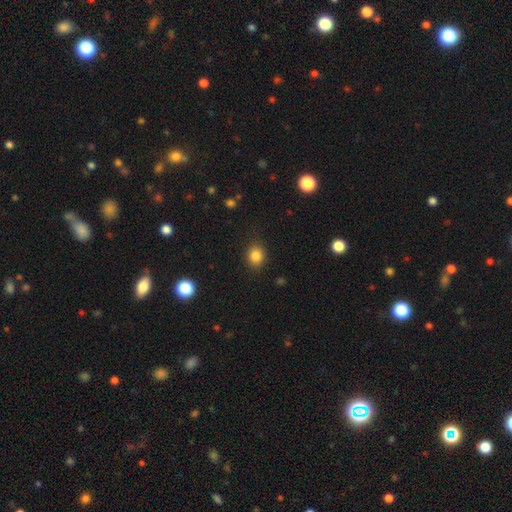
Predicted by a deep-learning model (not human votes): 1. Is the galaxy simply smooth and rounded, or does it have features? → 85% smooth, 11% star or artifact, 5% featured or disk.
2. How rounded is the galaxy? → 68% round, 31% in between, 1% cigar-shaped.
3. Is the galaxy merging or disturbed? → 86% none, 10% minor disturbance, 3% major disturbance, 1% merger.